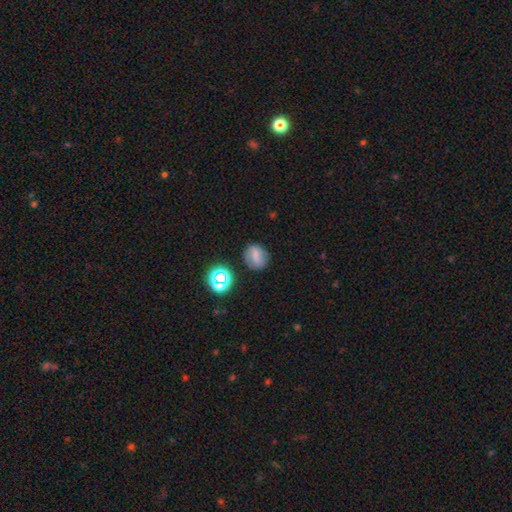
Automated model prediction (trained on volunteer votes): smooth-or-featured: smooth: 62% | featured or disk: 22% | star or artifact: 16%
  how-rounded: round: 66% | in between: 32% | cigar-shaped: 2%
  merging: none: 78% | minor disturbance: 14% | major disturbance: 5% | merger: 3%